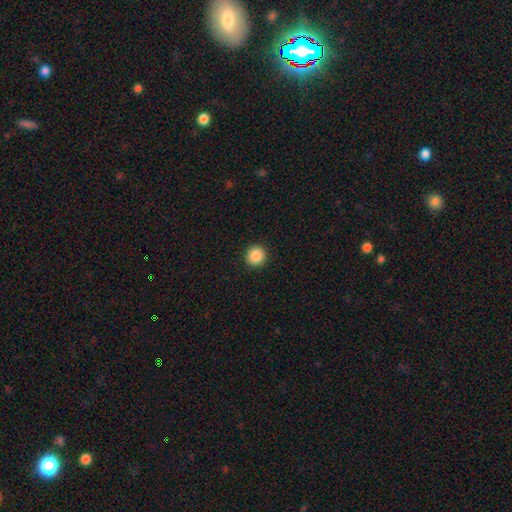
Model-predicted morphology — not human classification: Q: Smooth or featured?
A: smooth (88%); runner-up: star or artifact (9%)
Q: How rounded?
A: round (93%); runner-up: in between (6%)
Q: Merging?
A: none (93%); runner-up: minor disturbance (5%)